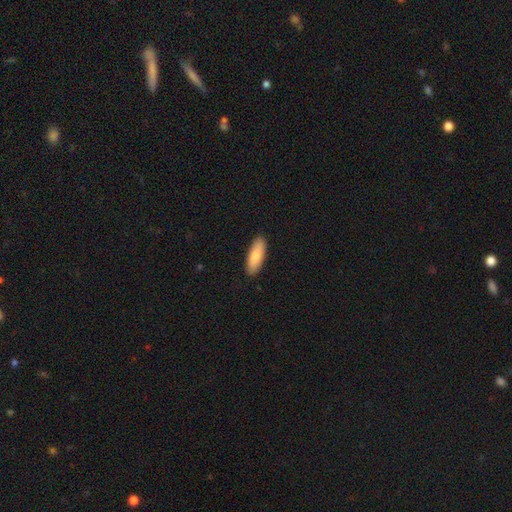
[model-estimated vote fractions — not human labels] This appears to be a smooth galaxy with no disk features (85%) that is in between round and cigar-shaped (64%). Merging: none (90%).